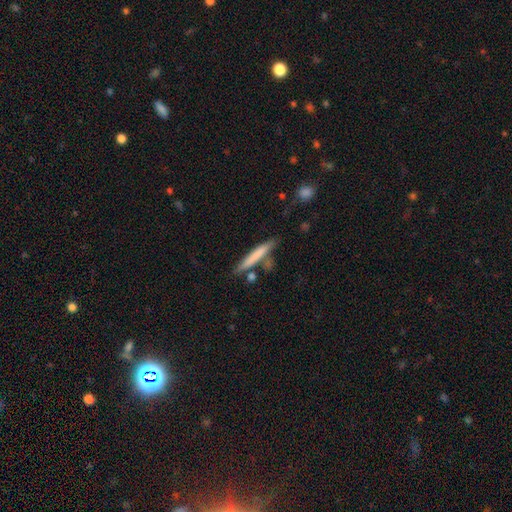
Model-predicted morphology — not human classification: Smooth or featured? Predicted: smooth (p=0.70). How rounded? Predicted: cigar-shaped (p=0.93). Merging? Predicted: none (p=0.73).